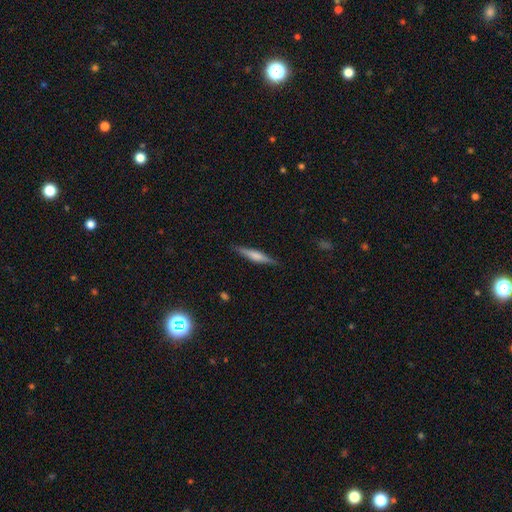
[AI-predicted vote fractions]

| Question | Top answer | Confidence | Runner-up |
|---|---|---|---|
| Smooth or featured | smooth | 48% | featured or disk (46%) |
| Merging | none | 89% | minor disturbance (8%) |